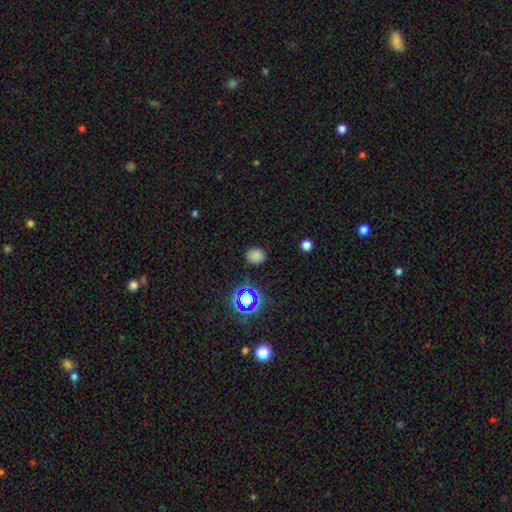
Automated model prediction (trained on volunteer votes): smooth-or-featured: smooth: 75% | star or artifact: 20% | featured or disk: 5%
  how-rounded: round: 62% | in between: 37% | cigar-shaped: 1%
  merging: none: 83% | minor disturbance: 12% | major disturbance: 4% | merger: 2%